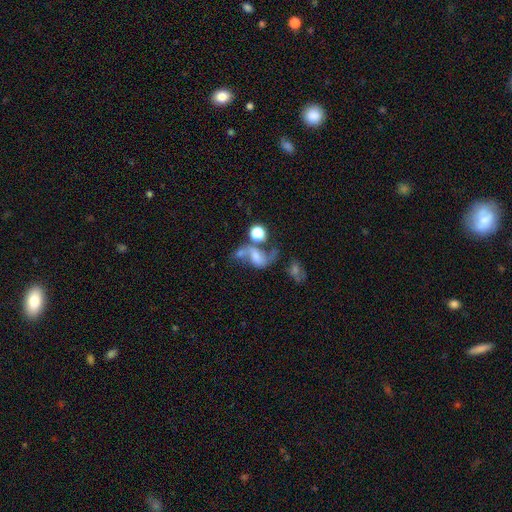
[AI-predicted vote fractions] This appears to be a featured or disk galaxy (65%) with no bar (45%), 2 (84%) loose (78%) spiral arms (86%) and a moderate central bulge (34%). Merging: merger (35%).